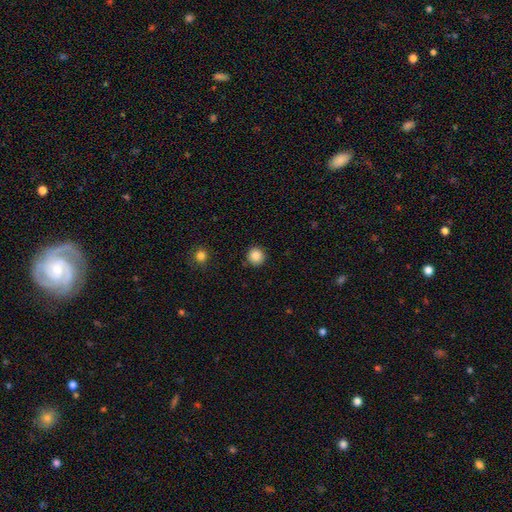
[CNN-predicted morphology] smooth 87%, star or artifact 10%, featured or disk 3%. Down the decision tree: how rounded — round (94%); merging — none (90%).